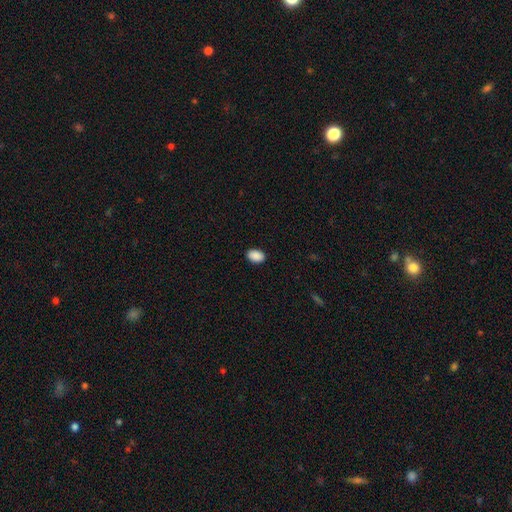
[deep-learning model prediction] smooth_or_featured: smooth (p=0.90) [alt: star or artifact p=0.08]
how_rounded: in between (p=0.86) [alt: round p=0.13]
merging: none (p=0.89) [alt: minor disturbance p=0.08]